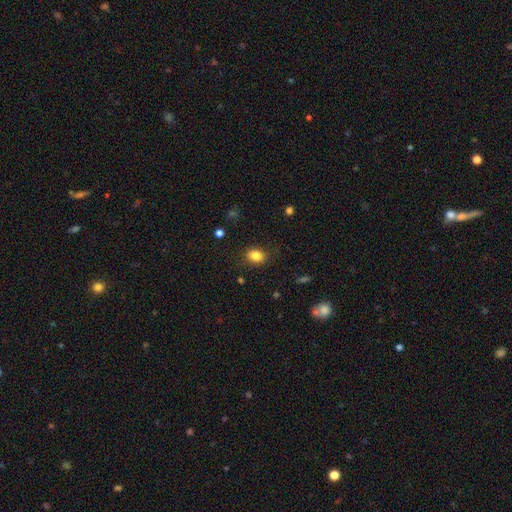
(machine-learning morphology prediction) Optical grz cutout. It shows a smooth galaxy with no disk features (83%) that is in between round and cigar-shaped (58%). Merging: none (84%).